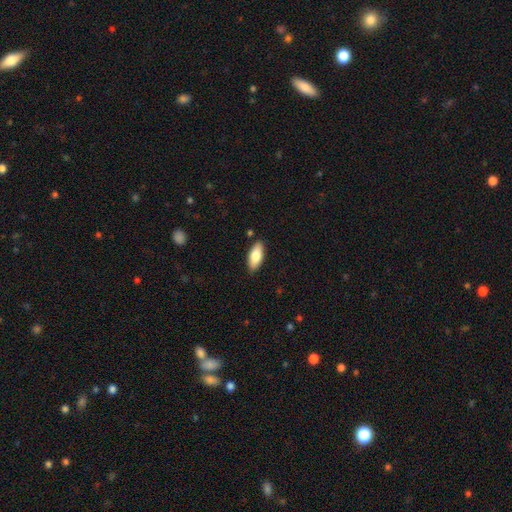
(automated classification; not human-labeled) smooth-or-featured: smooth: 79% | featured or disk: 15% | star or artifact: 6%
  how-rounded: in between: 84% | cigar-shaped: 14% | round: 2%
  merging: none: 87% | minor disturbance: 10% | major disturbance: 2% | merger: 1%